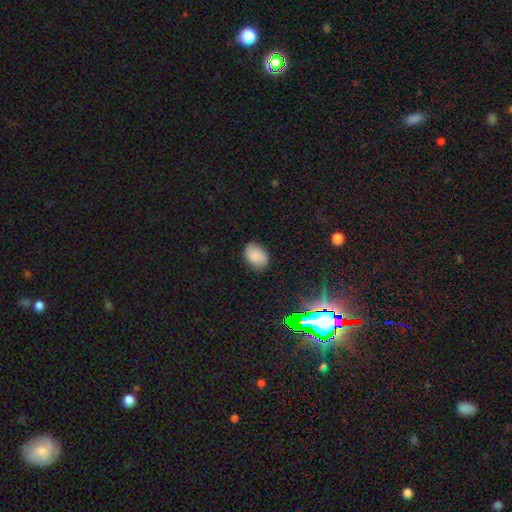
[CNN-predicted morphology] This is likely a smooth galaxy (79%). How rounded: likely in between (77%). Merging: clearly none (80%).